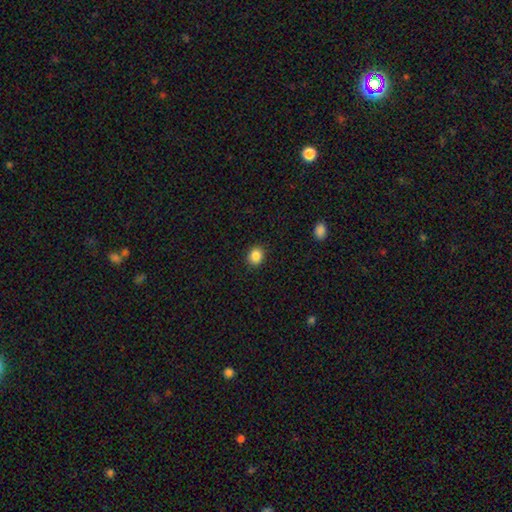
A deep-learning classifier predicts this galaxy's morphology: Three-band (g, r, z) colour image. It shows a smooth galaxy with no disk features (87%) that is round (71%). Merging: none (91%).